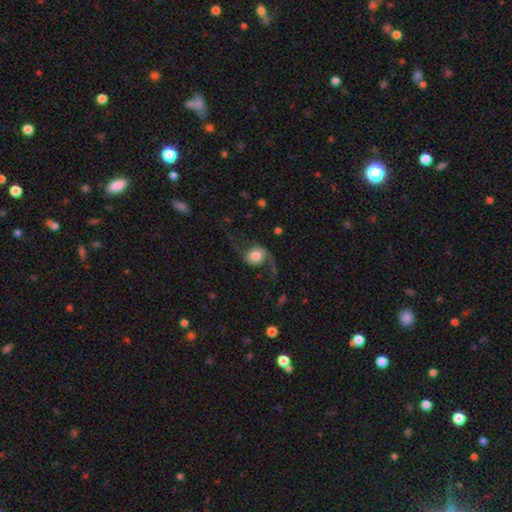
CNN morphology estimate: featured or disk 66%, smooth 27%, star or artifact 7%. Down the decision tree: edge-on disk — no (96%); bar — no (71%); spiral arms — yes (91%); spiral arm count — 2 (88%); spiral winding — loose (86%); bulge size — moderate (50%); merging — none (58%).